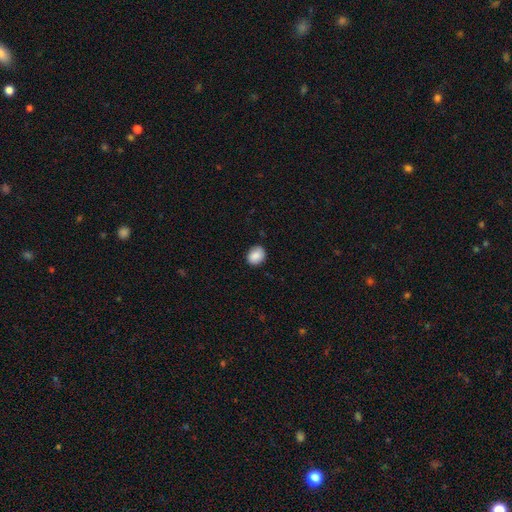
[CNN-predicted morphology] This appears to be a smooth galaxy with no disk features (87%) that is round (60%). Merging: none (84%).